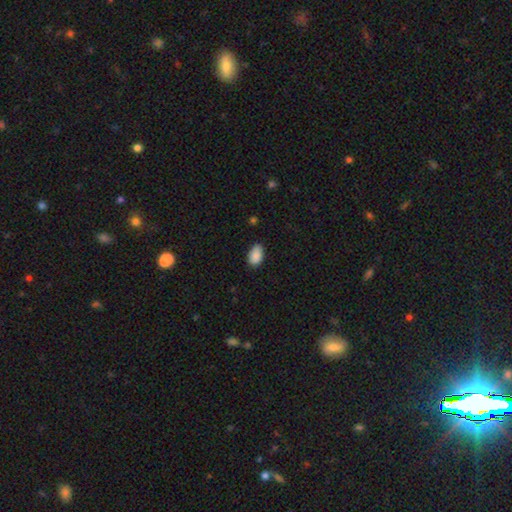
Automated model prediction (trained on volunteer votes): A smooth galaxy with no disk features (88%) that is in between round and cigar-shaped (91%). Merging: none (76%).